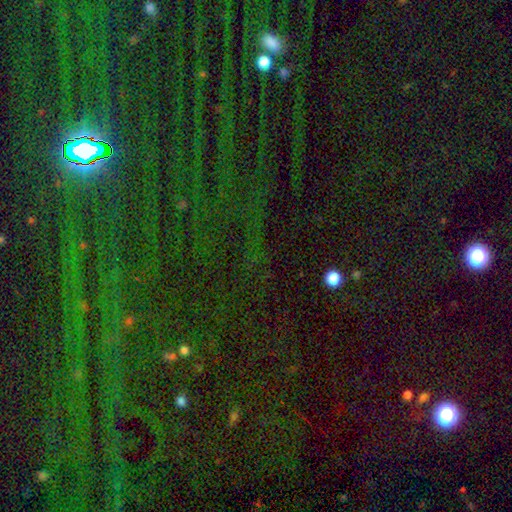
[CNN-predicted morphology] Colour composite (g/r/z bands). It shows a star or artifact, not a galaxy (83%).